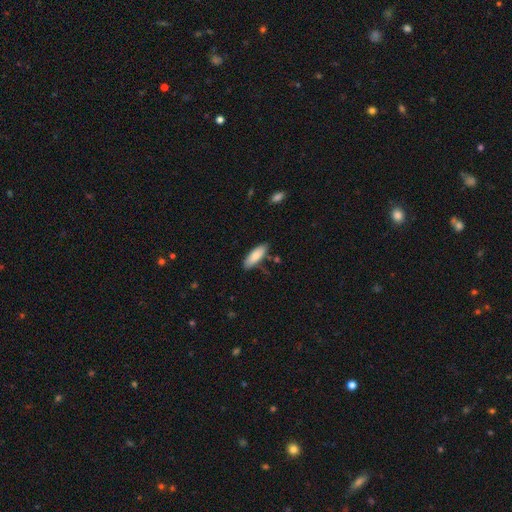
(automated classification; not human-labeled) A smooth galaxy with no disk features (81%) that is in between round and cigar-shaped (64%).

Vote fractions:
- Smooth or featured? smooth: 81% / featured or disk: 13% / star or artifact: 6%
- How rounded? in between: 64% / cigar-shaped: 35% / round: 2%
- Merging? none: 78% / minor disturbance: 15% / merger: 4% / major disturbance: 3%